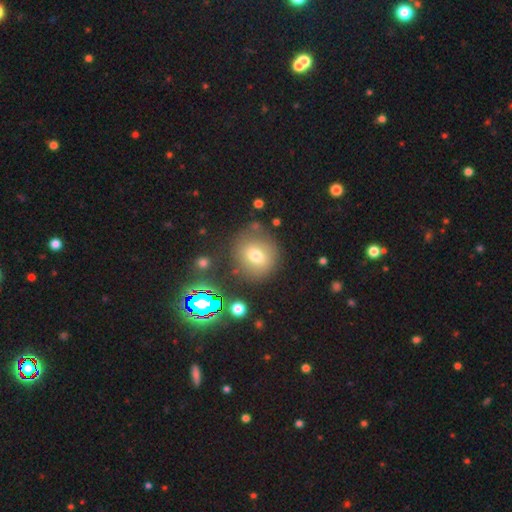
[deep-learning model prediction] Q: Smooth or featured?
A: smooth (70%); runner-up: featured or disk (15%)
Q: How rounded?
A: round (81%); runner-up: in between (18%)
Q: Merging?
A: none (75%); runner-up: minor disturbance (14%)